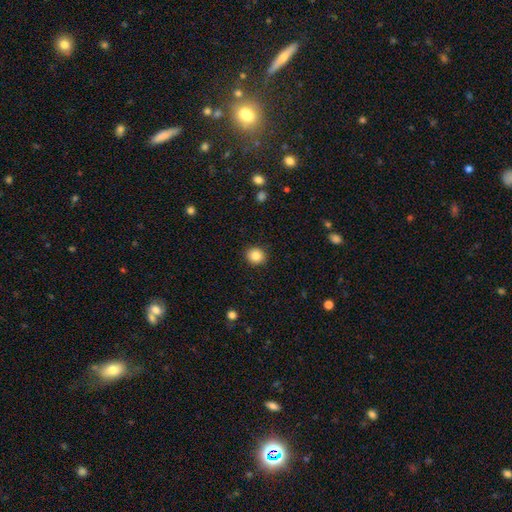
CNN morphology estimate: smooth 85%, star or artifact 9%, featured or disk 5%. Down the decision tree: how rounded — round (83%); merging — none (90%).